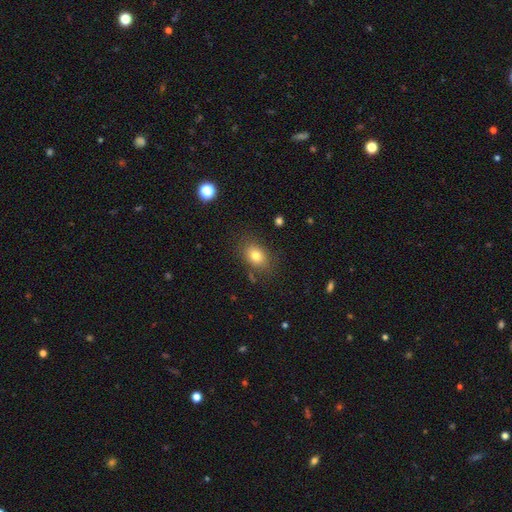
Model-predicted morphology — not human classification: Smooth or featured? smooth (78%)
How rounded? in between (72%)
Merging? none (80%)